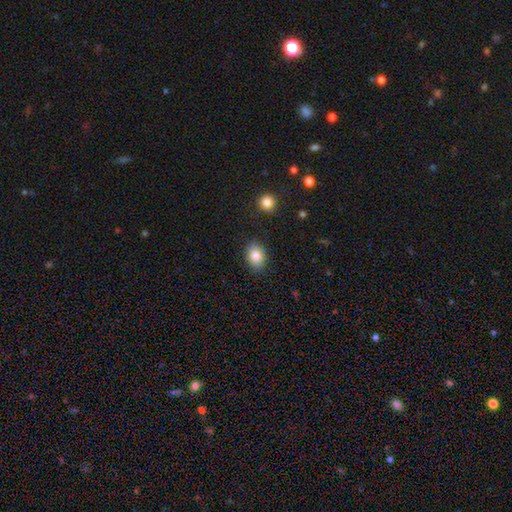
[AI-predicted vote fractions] smooth_or_featured: smooth (p=0.84) [alt: star or artifact p=0.08]
how_rounded: in between (p=0.73) [alt: round p=0.26]
merging: none (p=0.86) [alt: minor disturbance p=0.10]